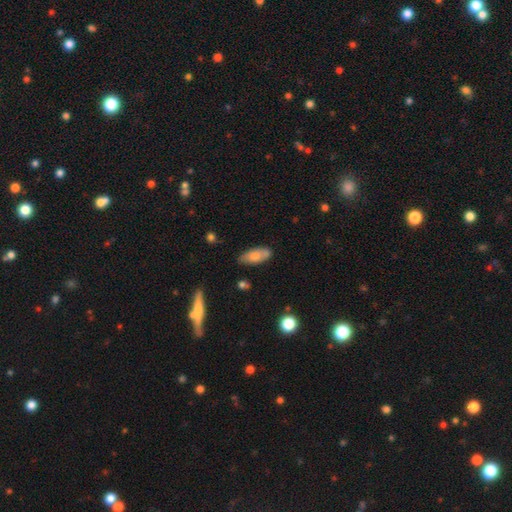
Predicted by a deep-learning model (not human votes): A smooth galaxy with no disk features (71%) that is in between round and cigar-shaped (82%). Merging: none (70%).